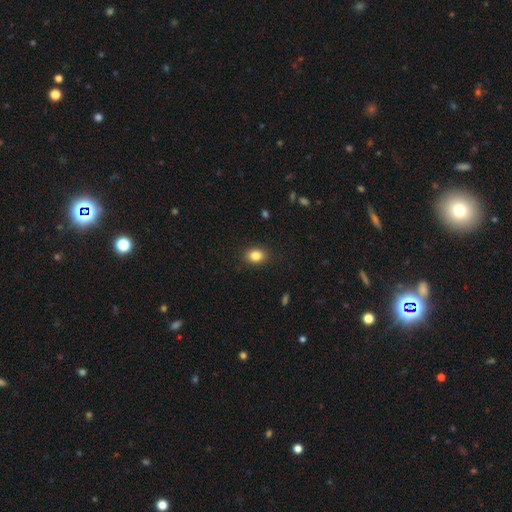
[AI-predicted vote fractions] Smooth or featured: smooth — 85% (star or artifact — 10%)
How rounded: in between — 57% (round — 42%)
Merging: none — 87% (minor disturbance — 9%)